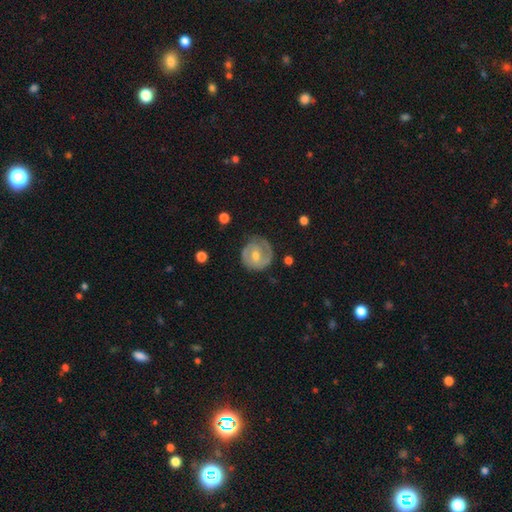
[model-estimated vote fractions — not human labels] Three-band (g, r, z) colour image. It shows a featured or disk galaxy (74%) with a weak bar (48%), 2 (64%) tight (55%) spiral arms (90%) and a moderate central bulge (59%). Merging: none (72%).